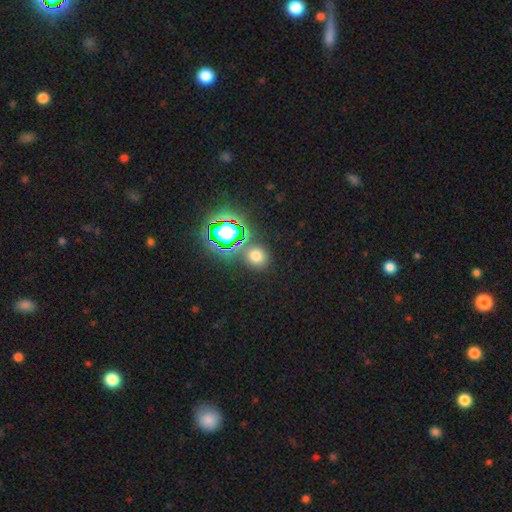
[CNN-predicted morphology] smooth_or_featured: smooth (p=0.63) [alt: star or artifact p=0.30]
how_rounded: round (p=0.75) [alt: in between p=0.24]
merging: none (p=0.80) [alt: minor disturbance p=0.09]